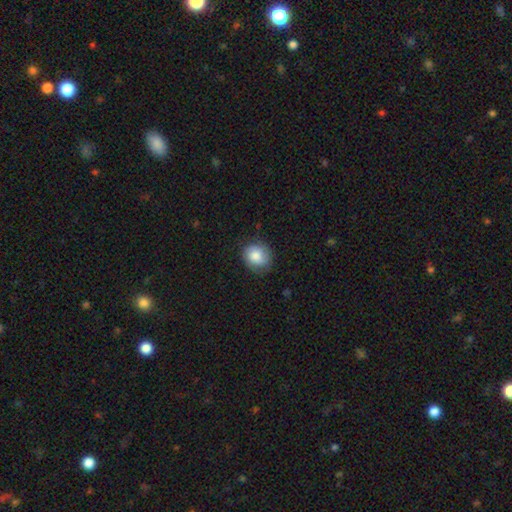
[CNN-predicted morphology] A smooth galaxy with no disk features (81%) that is round (78%).

Vote fractions:
- Smooth or featured? smooth: 81% / featured or disk: 12% / star or artifact: 7%
- How rounded? round: 78% / in between: 21% / cigar-shaped: 1%
- Merging? none: 78% / minor disturbance: 17% / major disturbance: 4% / merger: 1%